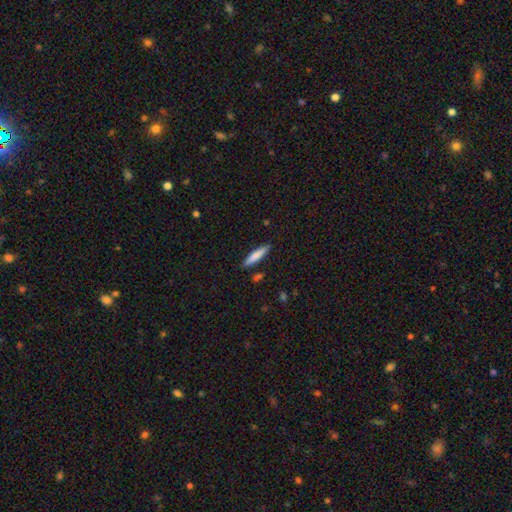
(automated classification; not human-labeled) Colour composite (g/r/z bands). It shows a smooth galaxy with no disk features (76%) that is cigar-shaped (88%). Merging: none (88%).